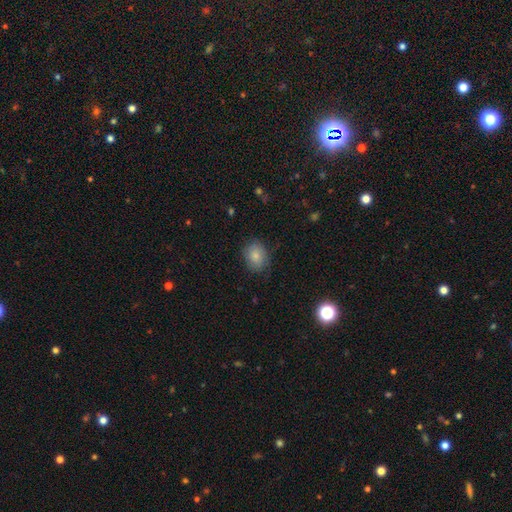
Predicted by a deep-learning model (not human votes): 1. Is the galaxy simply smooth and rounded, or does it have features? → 82% smooth, 10% featured or disk, 8% star or artifact.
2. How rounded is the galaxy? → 52% in between, 47% round, 1% cigar-shaped.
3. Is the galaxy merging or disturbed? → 79% none, 16% minor disturbance, 4% major disturbance, 1% merger.